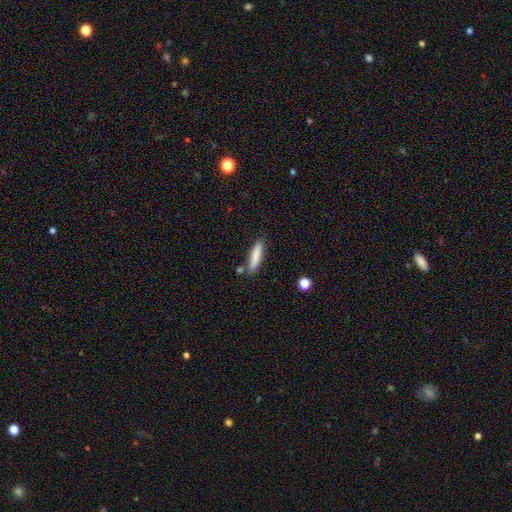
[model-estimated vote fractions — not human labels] A smooth galaxy with no disk features (82%) that is cigar-shaped (81%).

Vote fractions:
- Smooth or featured? smooth: 82% / featured or disk: 12% / star or artifact: 6%
- How rounded? cigar-shaped: 81% / in between: 18% / round: 2%
- Merging? none: 74% / minor disturbance: 15% / merger: 8% / major disturbance: 3%